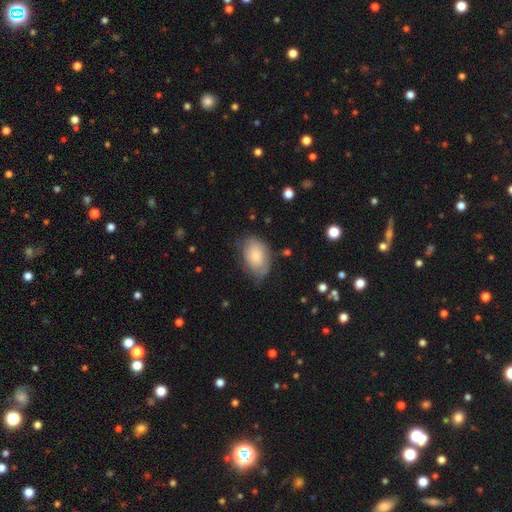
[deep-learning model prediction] smooth-or-featured: smooth: 70% | featured or disk: 24% | star or artifact: 7%
  how-rounded: in between: 85% | round: 14% | cigar-shaped: 1%
  merging: none: 60% | minor disturbance: 29% | major disturbance: 9% | merger: 2%